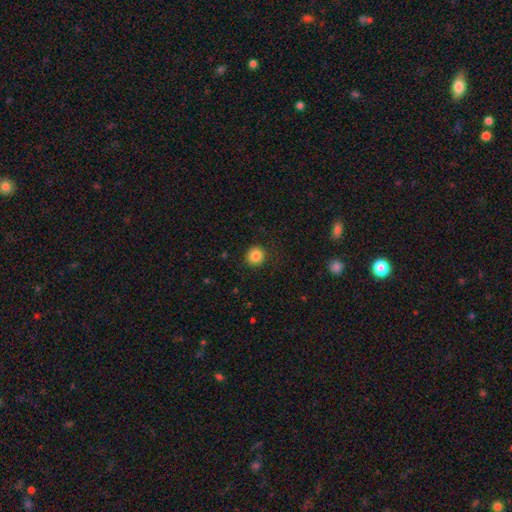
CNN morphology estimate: smooth_or_featured: smooth (p=0.85) [alt: star or artifact p=0.10]
how_rounded: round (p=0.91) [alt: in between p=0.08]
merging: none (p=0.89) [alt: minor disturbance p=0.08]